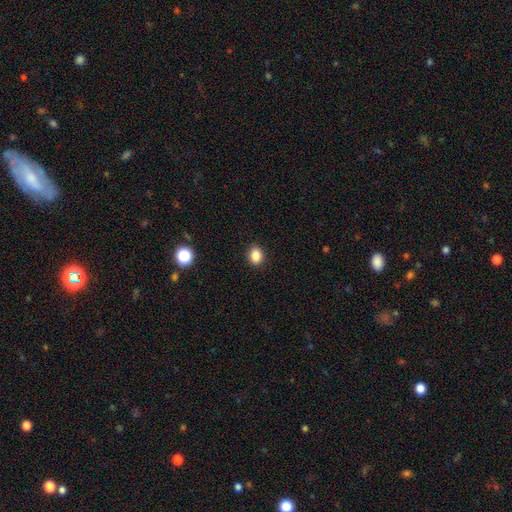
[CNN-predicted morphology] A smooth galaxy with no disk features (86%) that is in between round and cigar-shaped (61%). Merging: none (90%).